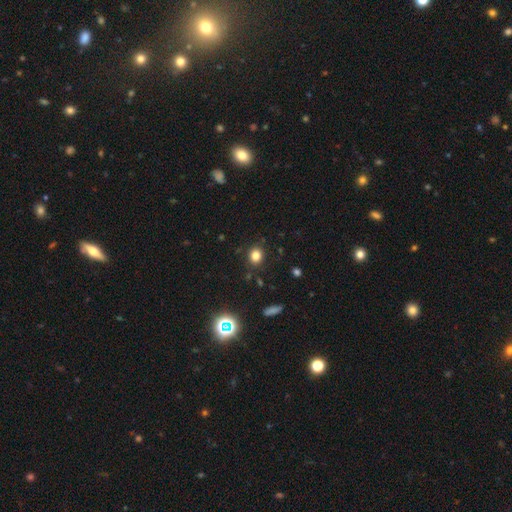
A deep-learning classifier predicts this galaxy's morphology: The model was most divided on "how rounded": round: 67%, in between: 32%, cigar-shaped: 1%. More confident: merging — none (86%); smooth or featured — smooth (81%).